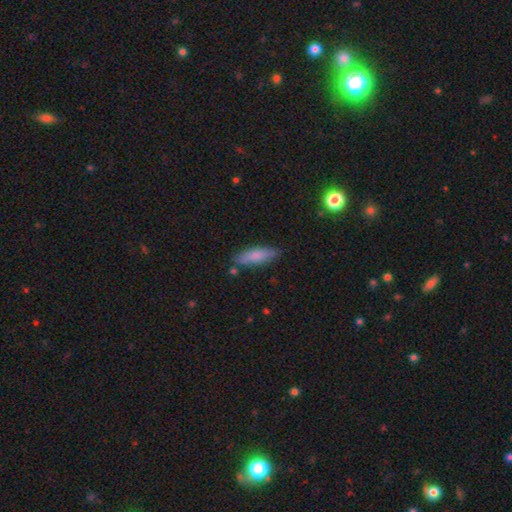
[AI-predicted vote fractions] Smooth or featured?
  - smooth: 77% *
  - featured or disk: 16%
  - star or artifact: 7%
How rounded?
  - cigar-shaped: 60% *
  - in between: 38%
  - round: 2%
Merging?
  - none: 81% *
  - minor disturbance: 14%
  - merger: 3%
  - major disturbance: 3%